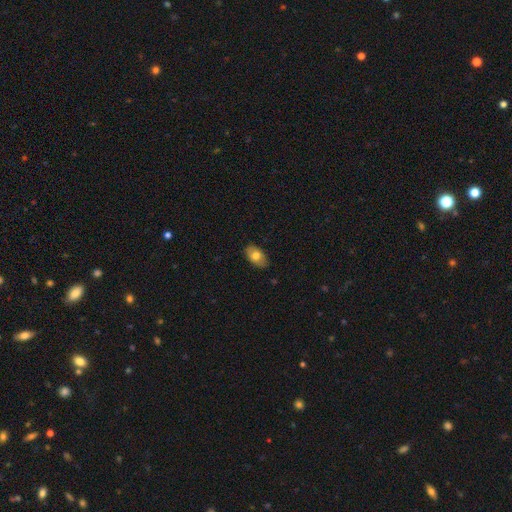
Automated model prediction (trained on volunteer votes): A smooth galaxy with no disk features (74%) that is in between round and cigar-shaped (92%).

Vote fractions:
- Smooth or featured? smooth: 74% / featured or disk: 19% / star or artifact: 7%
- How rounded? in between: 92% / round: 6% / cigar-shaped: 2%
- Merging? none: 84% / minor disturbance: 13% / major disturbance: 2% / merger: 1%